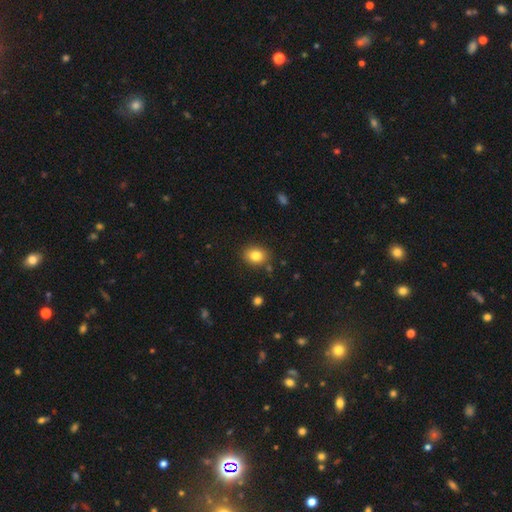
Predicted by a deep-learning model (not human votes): Smooth or featured? Predicted: smooth (p=0.83). How rounded? Predicted: round (p=0.50). Merging? Predicted: none (p=0.86).